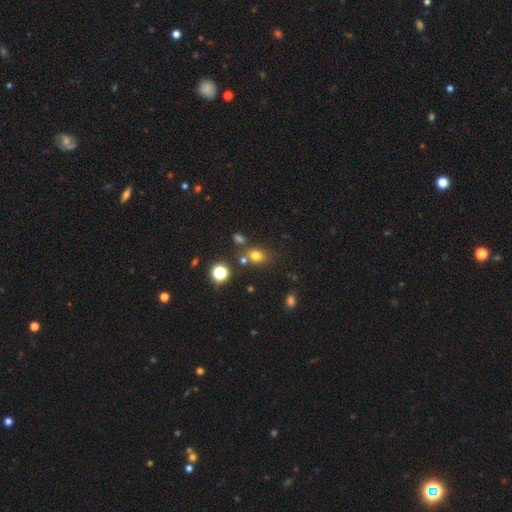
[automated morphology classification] Smooth or featured?
  - smooth: 72% *
  - star or artifact: 19%
  - featured or disk: 8%
How rounded?
  - round: 51% *
  - in between: 48%
  - cigar-shaped: 1%
Merging?
  - none: 66% *
  - merger: 16%
  - minor disturbance: 13%
  - major disturbance: 5%